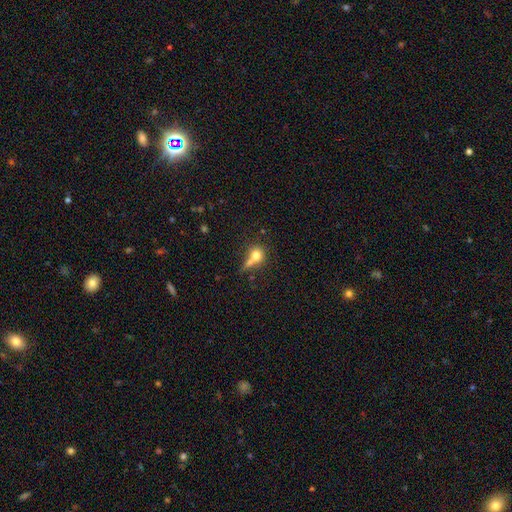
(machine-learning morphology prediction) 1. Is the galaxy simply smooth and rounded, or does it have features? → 73% smooth, 15% featured or disk, 12% star or artifact.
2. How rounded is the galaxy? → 75% round, 22% in between, 3% cigar-shaped.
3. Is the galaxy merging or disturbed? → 39% merger, 36% none, 14% minor disturbance, 11% major disturbance.